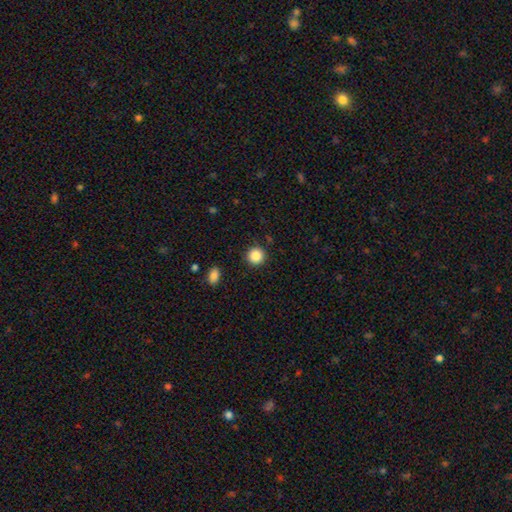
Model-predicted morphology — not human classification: smooth_or_featured: smooth (p=0.87) [alt: star or artifact p=0.10]
how_rounded: round (p=0.94) [alt: in between p=0.05]
merging: none (p=0.90) [alt: minor disturbance p=0.06]